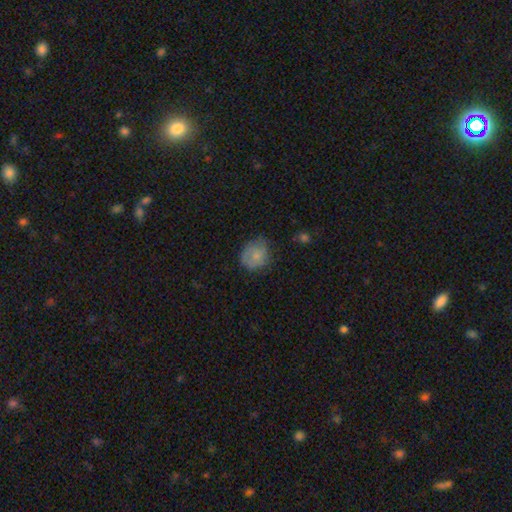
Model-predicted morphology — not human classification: smooth-or-featured: smooth: 72% | featured or disk: 19% | star or artifact: 8%
  how-rounded: round: 74% | in between: 25% | cigar-shaped: 1%
  merging: none: 59% | minor disturbance: 28% | major disturbance: 11% | merger: 2%